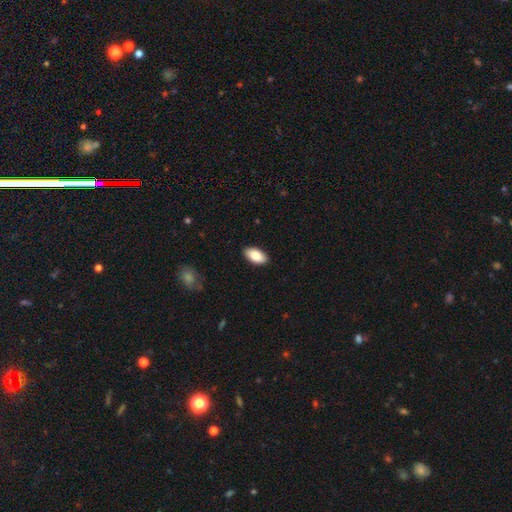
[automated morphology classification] This is clearly a smooth galaxy (85%). How rounded: clearly in between (93%). Merging: clearly none (88%).